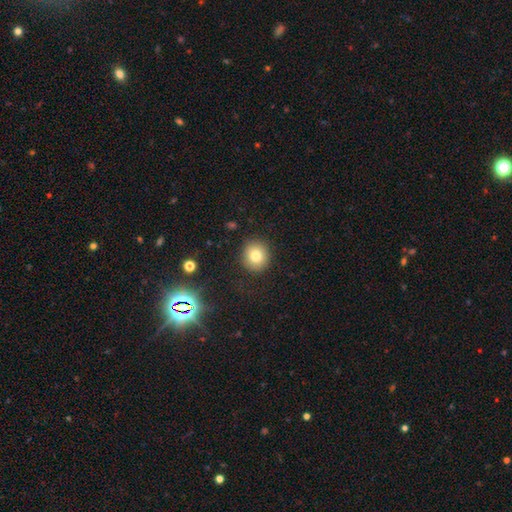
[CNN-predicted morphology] Q: Smooth or featured?
A: smooth (79%); runner-up: star or artifact (12%)
Q: How rounded?
A: round (88%); runner-up: in between (11%)
Q: Merging?
A: none (88%); runner-up: minor disturbance (8%)